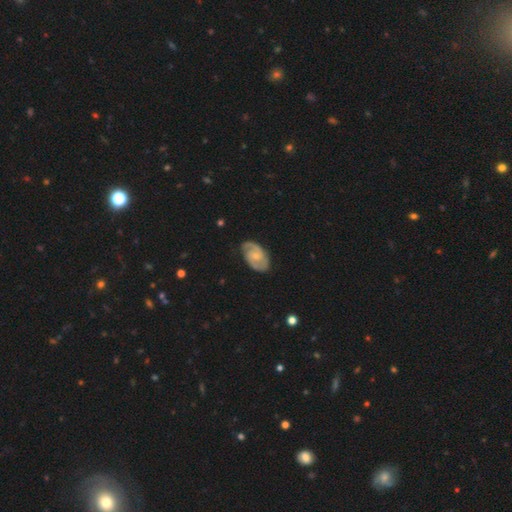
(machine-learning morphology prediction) Smooth or featured: featured or disk — 83% (smooth — 13%)
Edge-on disk: no — 97% (yes — 3%)
Bar: no — 59% (weak — 35%)
Spiral arms: yes — 96% (no — 4%)
Spiral winding: medium — 44% (tight — 43%)
Spiral arm count: 2 — 84% (can't tell — 7%)
Bulge size: small — 57% (moderate — 35%)
Merging: none — 76% (minor disturbance — 18%)